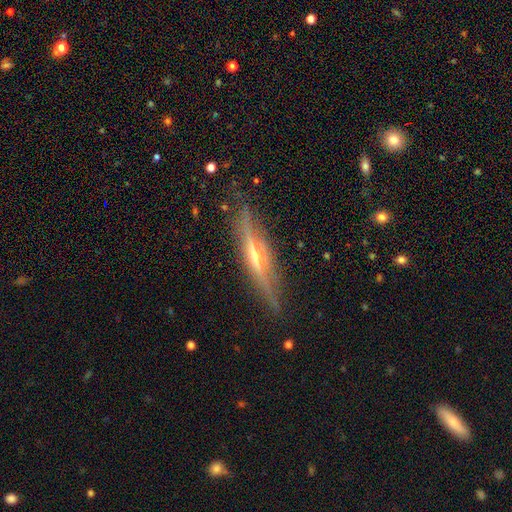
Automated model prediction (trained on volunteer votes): Morphology: type=featured or disk (82%); edge-on=yes (96%); edge-on bulge=rounded (80%); merging=none (84%).